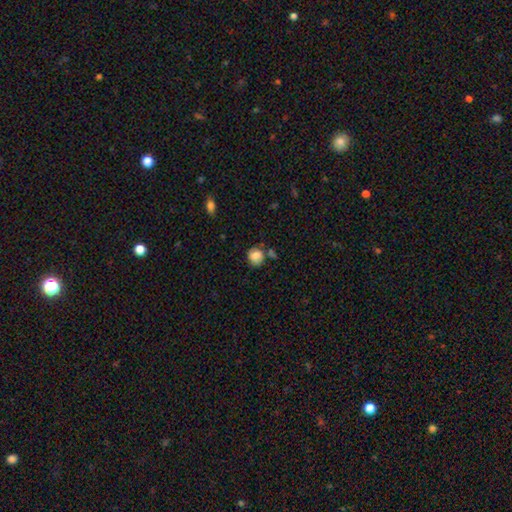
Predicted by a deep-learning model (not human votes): This is clearly a smooth galaxy (82%). How rounded: likely round (74%). Merging: possibly none (60%).